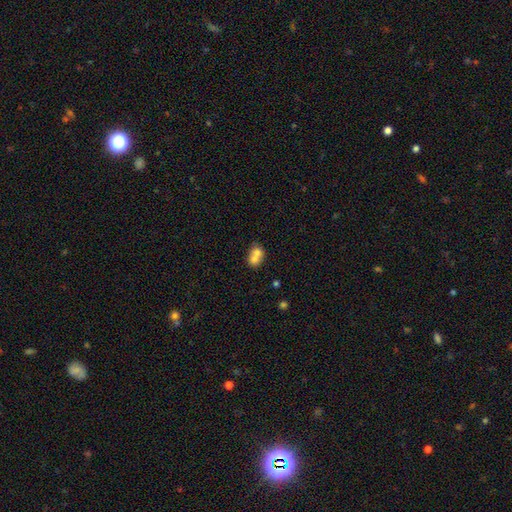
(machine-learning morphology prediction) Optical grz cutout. It shows a smooth galaxy with no disk features (69%) that is round (54%). Merging: merger (69%).